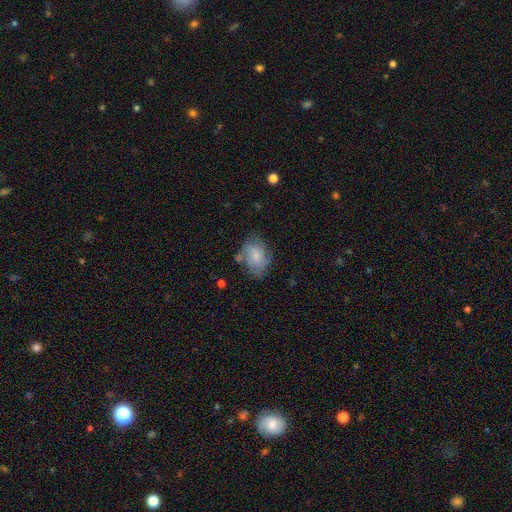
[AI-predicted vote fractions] A smooth galaxy with no disk features (51%) that is in between round and cigar-shaped (76%).

Vote fractions:
- Smooth or featured? smooth: 51% / featured or disk: 40% / star or artifact: 9%
- How rounded? in between: 76% / round: 22% / cigar-shaped: 1%
- Merging? none: 54% / minor disturbance: 27% / major disturbance: 13% / merger: 6%